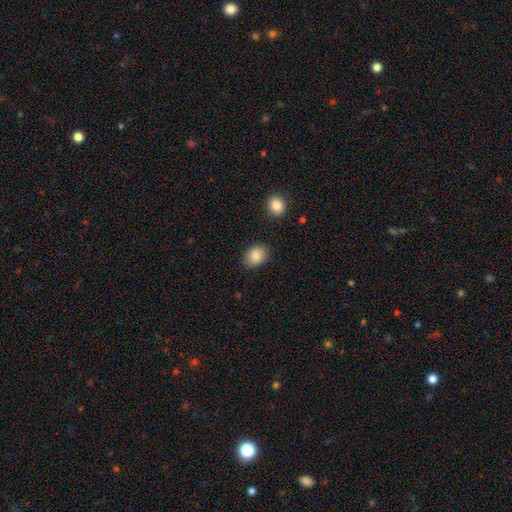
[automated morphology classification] smooth_or_featured: smooth (p=0.85) [alt: star or artifact p=0.08]
how_rounded: in between (p=0.65) [alt: round p=0.34]
merging: none (p=0.86) [alt: minor disturbance p=0.10]